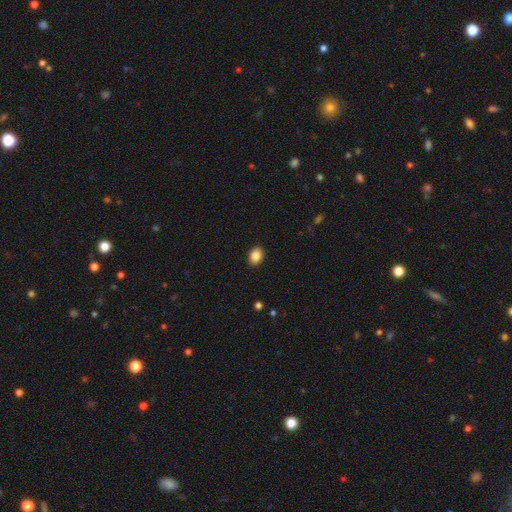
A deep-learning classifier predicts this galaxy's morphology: type=smooth (86%); roundness=in between (65%); merging=none (90%).